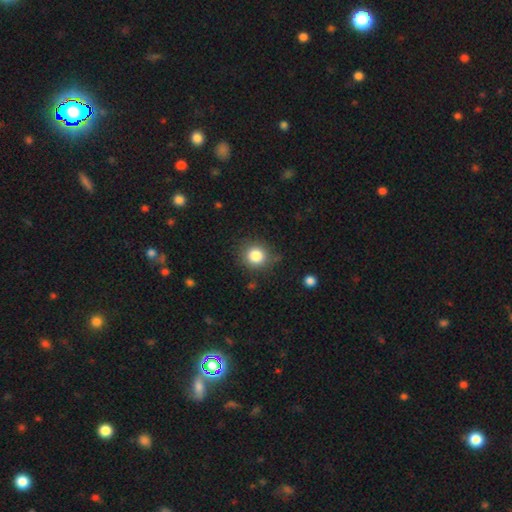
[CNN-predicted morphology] Smooth or featured? smooth (83%)
How rounded? round (88%)
Merging? none (81%)